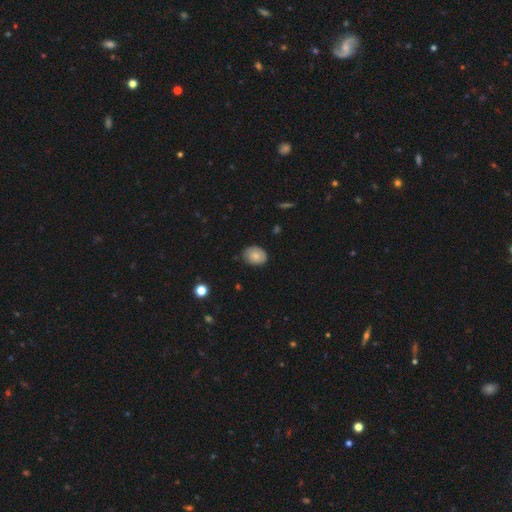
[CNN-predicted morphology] Smooth or featured? Predicted: smooth (p=0.76). How rounded? Predicted: in between (p=0.65). Merging? Predicted: none (p=0.76).